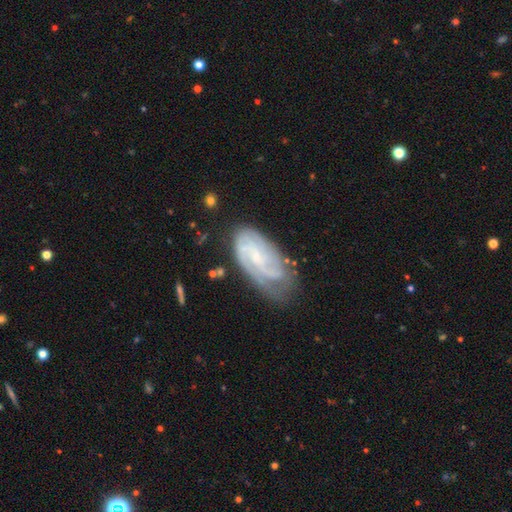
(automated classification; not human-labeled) Morphology: type=featured or disk (79%); edge-on=no (95%); bar=no (52%); spiral arms=yes (93%); winding=tight (54%); arm count=2 (33%); bulge=small (74%); merging=none (58%).